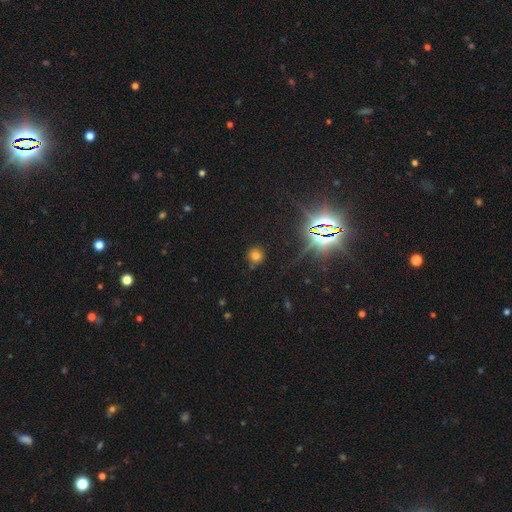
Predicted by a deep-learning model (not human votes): This appears to be a smooth galaxy with no disk features (65%) that is round (90%). Merging: none (84%).